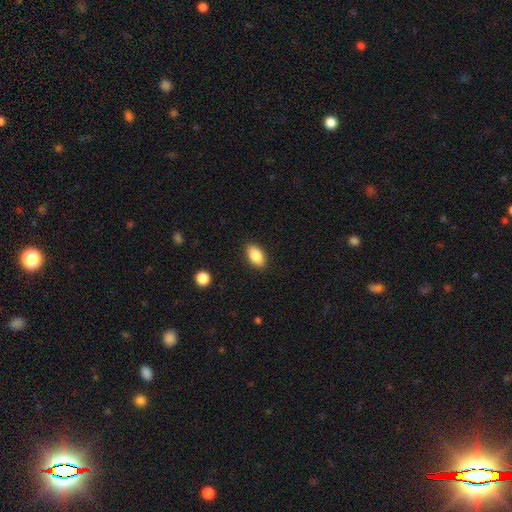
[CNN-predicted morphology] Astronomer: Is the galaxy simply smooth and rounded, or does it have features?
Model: smooth — 87%.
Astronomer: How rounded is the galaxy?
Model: in between — 92%.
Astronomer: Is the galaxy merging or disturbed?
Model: none — 88%.